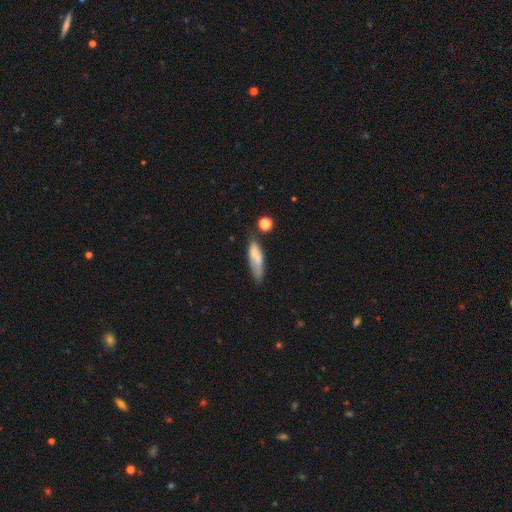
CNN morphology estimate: The model was most divided on "how rounded": cigar-shaped: 56%, in between: 42%, round: 2%. More confident: smooth or featured — smooth (70%); merging — none (52%).